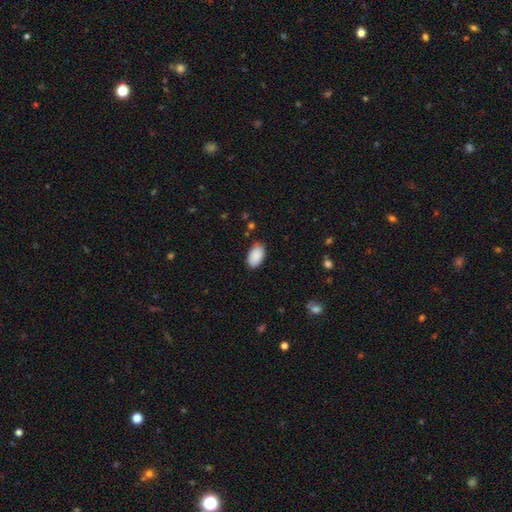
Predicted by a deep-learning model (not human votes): A smooth galaxy with no disk features (90%) that is in between round and cigar-shaped (94%). Merging: none (84%).